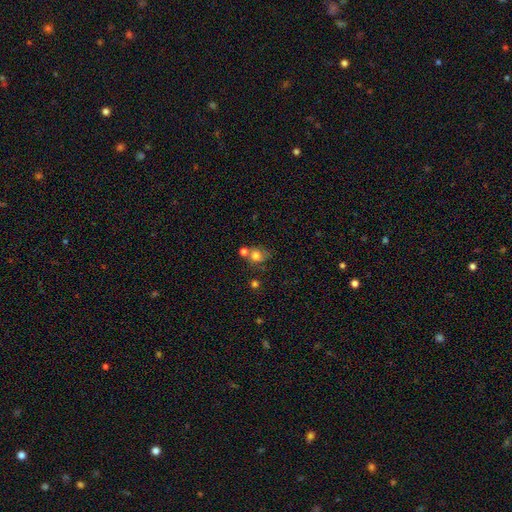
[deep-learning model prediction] smooth-or-featured: smooth: 75% | featured or disk: 13% | star or artifact: 13%
  how-rounded: round: 71% | in between: 28% | cigar-shaped: 1%
  merging: none: 47% | merger: 28% | minor disturbance: 17% | major disturbance: 8%